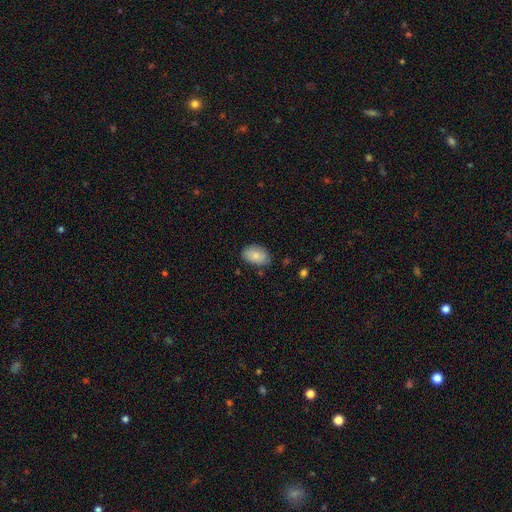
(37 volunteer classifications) Smooth or featured? smooth (86%)
How rounded? in between (91%)
Merging? none (69%)